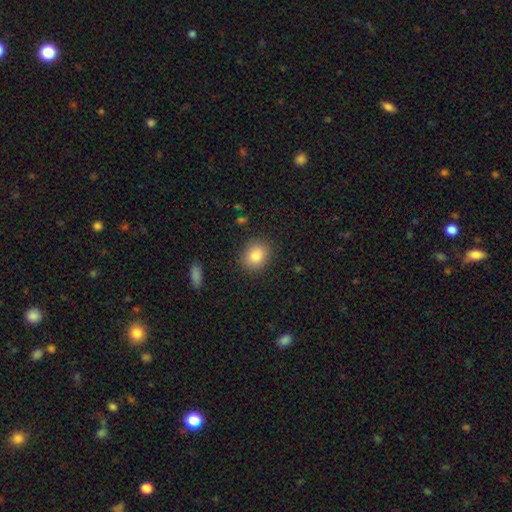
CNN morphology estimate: Q: Smooth or featured?
A: smooth (84%); runner-up: star or artifact (9%)
Q: How rounded?
A: round (66%); runner-up: in between (33%)
Q: Merging?
A: none (88%); runner-up: minor disturbance (8%)